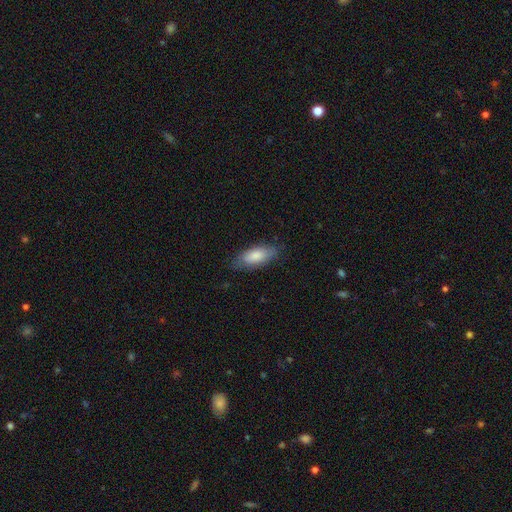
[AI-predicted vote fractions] This appears to be a smooth galaxy with no disk features (80%) that is in between round and cigar-shaped (80%). Merging: none (76%).